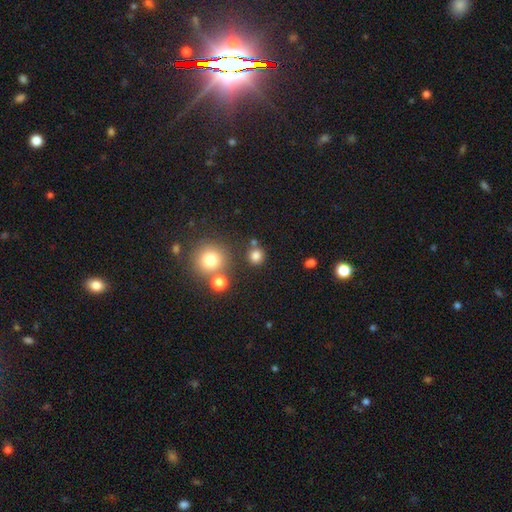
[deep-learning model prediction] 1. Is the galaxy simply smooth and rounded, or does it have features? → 79% smooth, 15% star or artifact, 5% featured or disk.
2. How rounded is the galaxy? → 90% round, 9% in between, 1% cigar-shaped.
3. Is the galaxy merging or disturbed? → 79% none, 9% merger, 8% minor disturbance, 3% major disturbance.